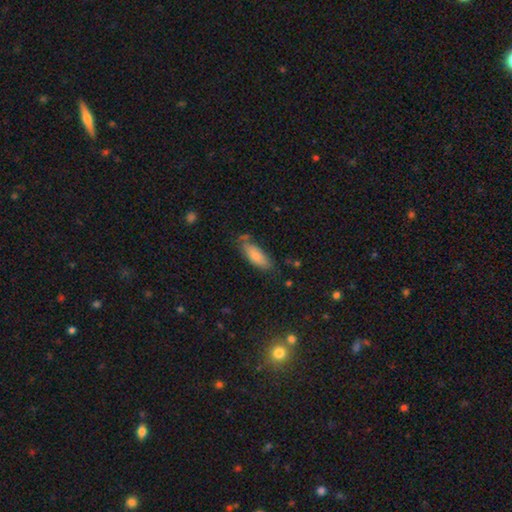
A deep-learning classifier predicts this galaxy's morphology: Q: Smooth or featured?
A: smooth (77%); runner-up: featured or disk (17%)
Q: How rounded?
A: in between (74%); runner-up: cigar-shaped (24%)
Q: Merging?
A: none (66%); runner-up: minor disturbance (24%)